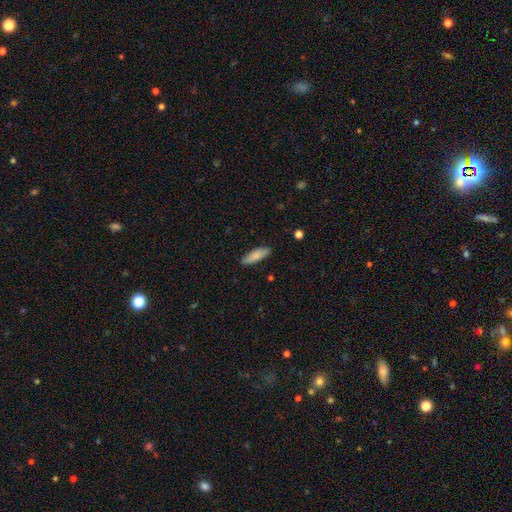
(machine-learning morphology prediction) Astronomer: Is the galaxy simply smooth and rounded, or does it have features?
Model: smooth — 83%.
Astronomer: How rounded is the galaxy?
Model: in between — 51% (runner-up: cigar-shaped, 48%).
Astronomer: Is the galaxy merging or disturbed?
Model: none — 86%.